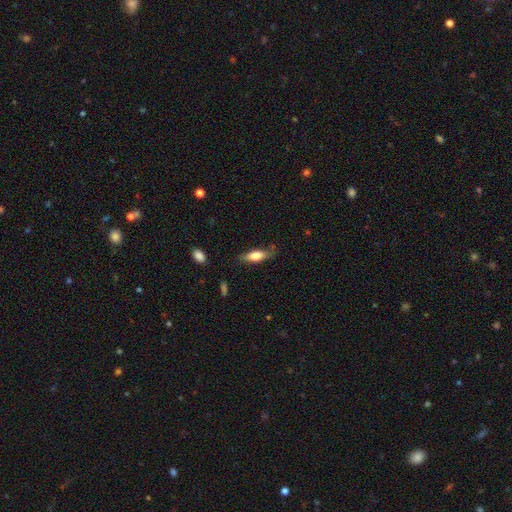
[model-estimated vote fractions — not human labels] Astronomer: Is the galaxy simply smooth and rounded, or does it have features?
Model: smooth — 72%.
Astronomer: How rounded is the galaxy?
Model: in between — 60% (runner-up: cigar-shaped, 38%).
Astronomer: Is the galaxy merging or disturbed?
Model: none — 68%.